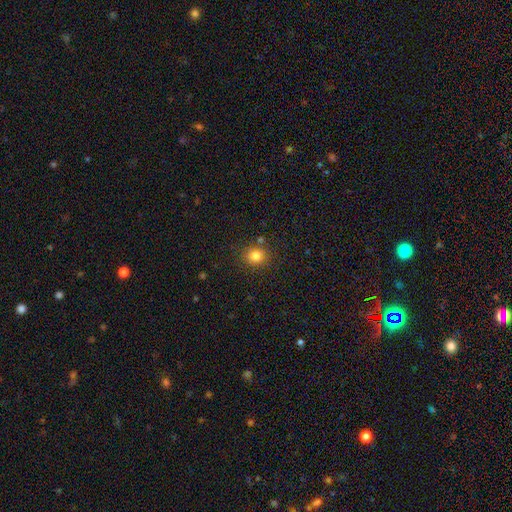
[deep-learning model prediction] Smooth or featured: smooth — 82% (star or artifact — 12%)
How rounded: round — 75% (in between — 24%)
Merging: none — 82% (minor disturbance — 10%)